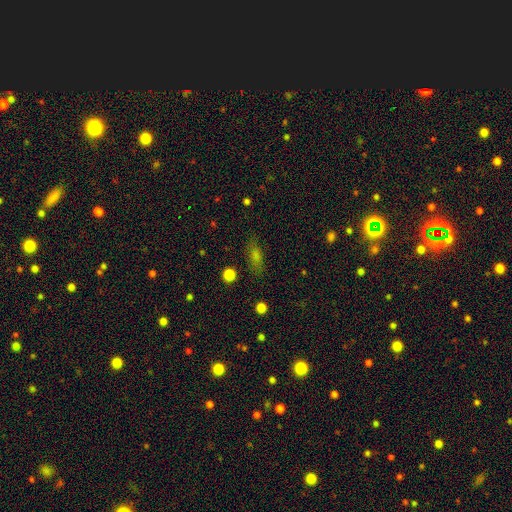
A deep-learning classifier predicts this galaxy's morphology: Q: Smooth or featured?
A: smooth (56%); runner-up: star or artifact (27%)
Q: How rounded?
A: in between (59%); runner-up: cigar-shaped (30%)
Q: Merging?
A: none (80%); runner-up: minor disturbance (13%)